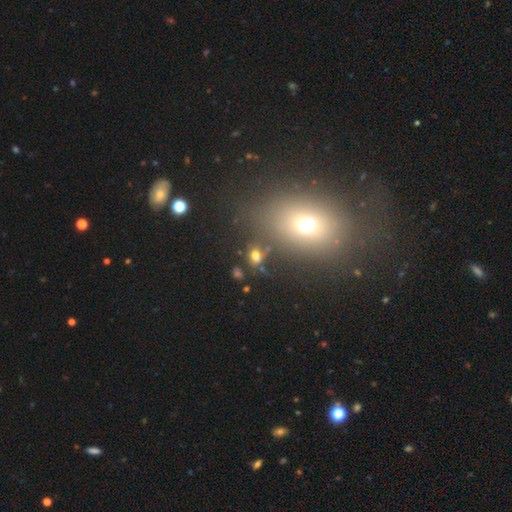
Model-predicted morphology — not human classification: Smooth or featured: smooth — 65% (star or artifact — 22%)
How rounded: in between — 60% (round — 37%)
Merging: none — 63% (merger — 14%)